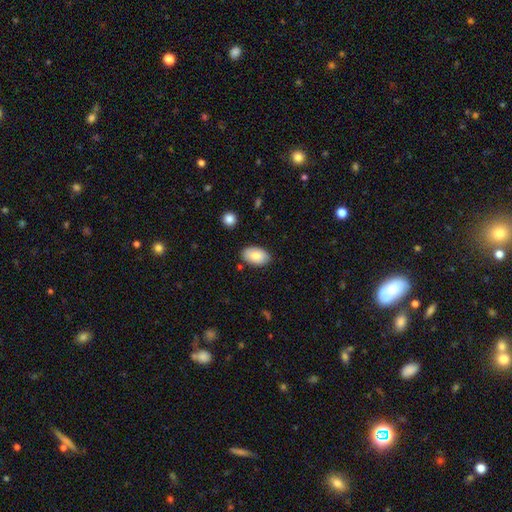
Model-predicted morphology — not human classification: type=smooth (81%); roundness=in between (94%); merging=none (84%).